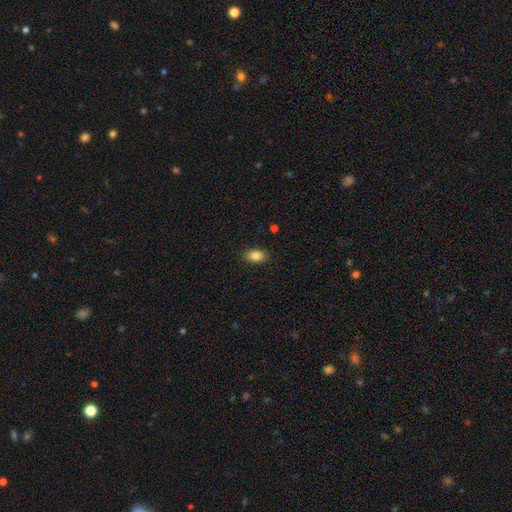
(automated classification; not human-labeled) A smooth galaxy with no disk features (85%) that is in between round and cigar-shaped (87%). Merging: none (87%).